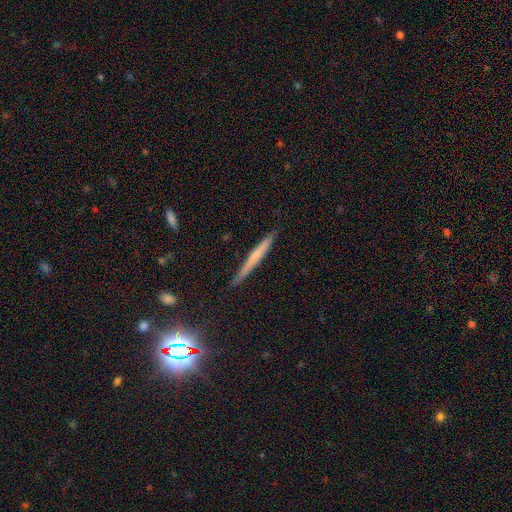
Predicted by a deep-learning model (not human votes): Overall: featured or disk (47%; smooth 43%). Merging: none (87%).